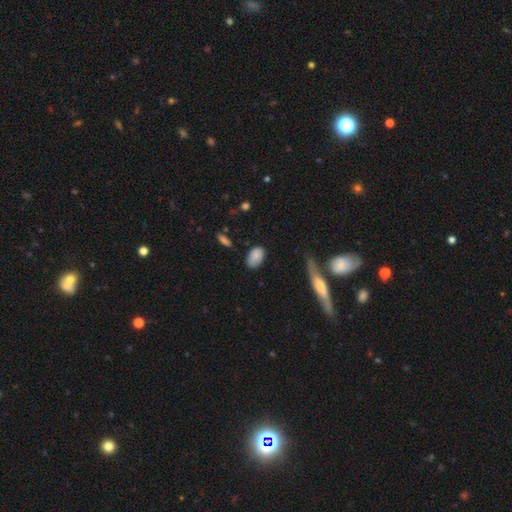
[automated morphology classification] Smooth or featured? Predicted: smooth (p=0.84). How rounded? Predicted: in between (p=0.90). Merging? Predicted: none (p=0.67).